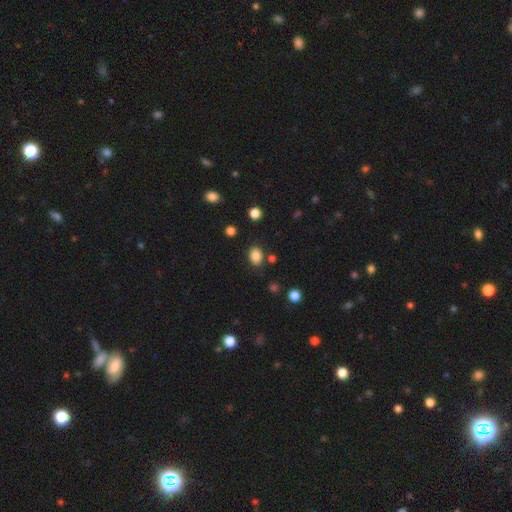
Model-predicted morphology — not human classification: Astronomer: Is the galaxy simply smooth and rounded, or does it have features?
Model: smooth — 84%.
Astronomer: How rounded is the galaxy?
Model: in between — 66%.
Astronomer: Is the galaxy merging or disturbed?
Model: none — 80%.